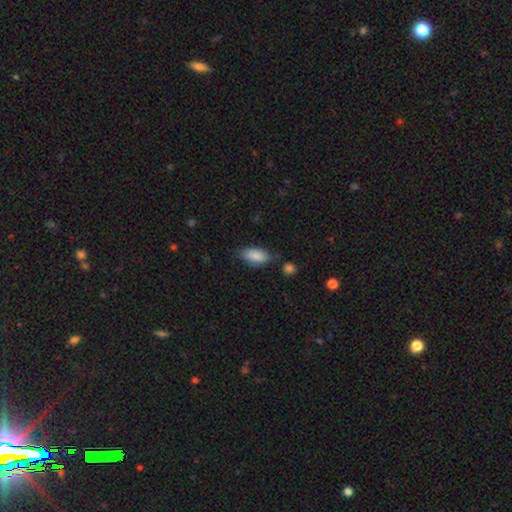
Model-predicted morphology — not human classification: Overall: smooth (86%). How rounded: in between (90%). Merging: none (63%; minor disturbance 26%).